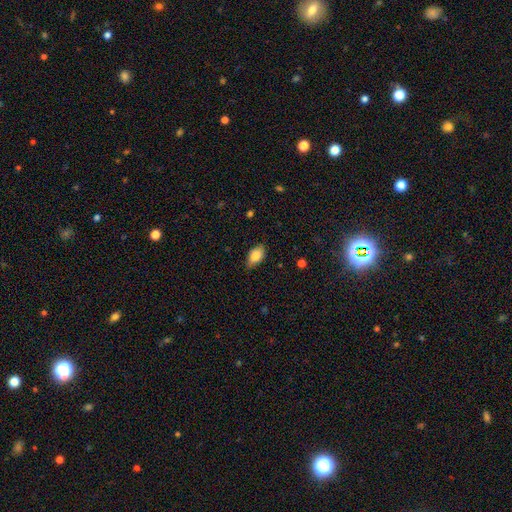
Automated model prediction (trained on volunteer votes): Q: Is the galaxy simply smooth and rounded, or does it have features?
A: smooth — 85%.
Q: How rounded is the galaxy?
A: in between — 92%.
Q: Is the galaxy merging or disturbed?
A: none — 79%.